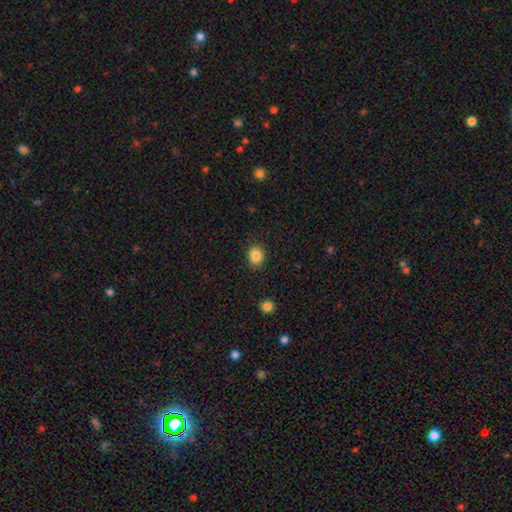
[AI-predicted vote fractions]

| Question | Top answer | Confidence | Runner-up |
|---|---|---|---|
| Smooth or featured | smooth | 86% | star or artifact (10%) |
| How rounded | round | 71% | in between (28%) |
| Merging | none | 89% | minor disturbance (8%) |